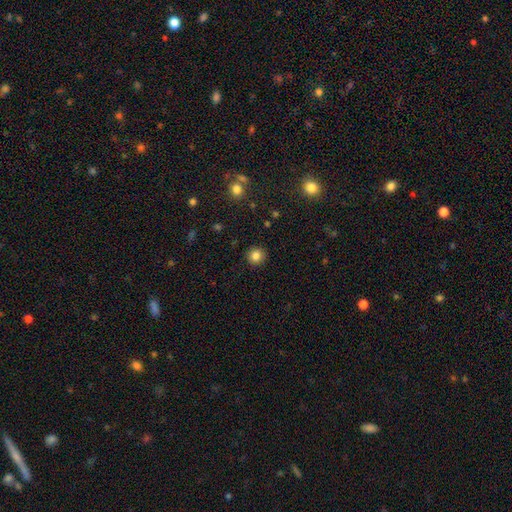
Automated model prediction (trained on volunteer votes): Smooth or featured? Predicted: smooth (p=0.83). How rounded? Predicted: round (p=0.92). Merging? Predicted: none (p=0.91).